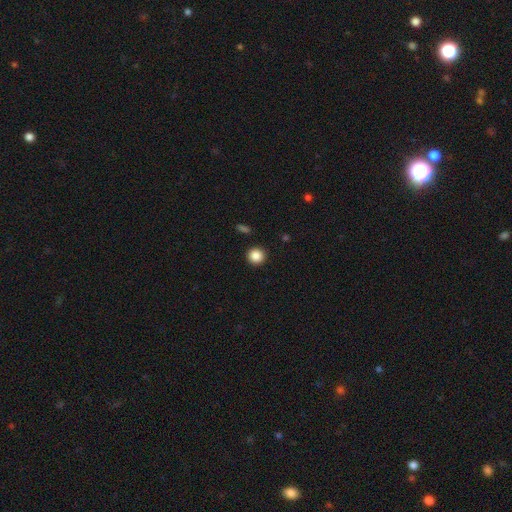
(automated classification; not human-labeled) Overall: smooth (87%). How rounded: round (94%). Merging: none (92%).